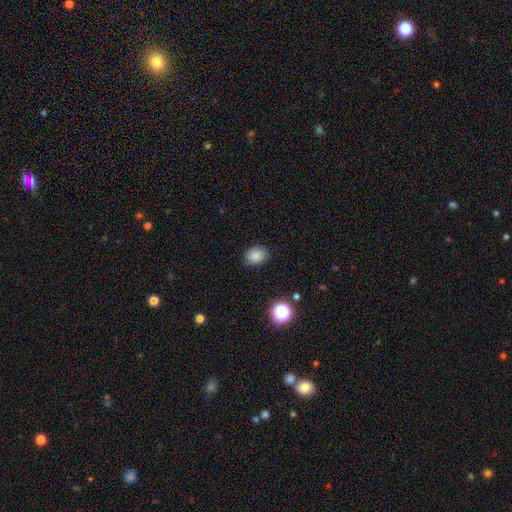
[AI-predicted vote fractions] smooth-or-featured: smooth: 84% | star or artifact: 11% | featured or disk: 5%
  how-rounded: in between: 58% | round: 41% | cigar-shaped: 1%
  merging: none: 85% | minor disturbance: 12% | major disturbance: 3% | merger: 1%